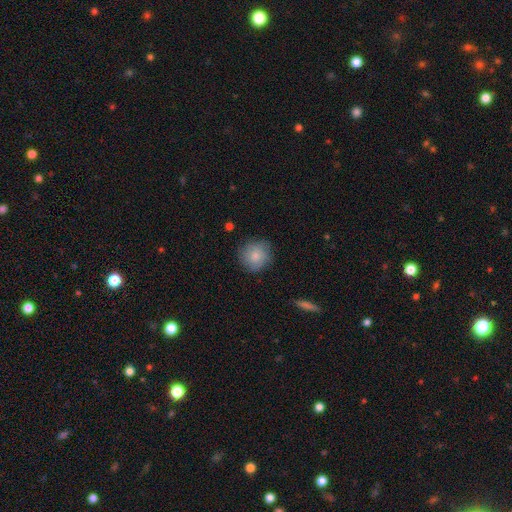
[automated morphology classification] Smooth or featured? Predicted: smooth (p=0.78). How rounded? Predicted: round (p=0.92). Merging? Predicted: none (p=0.81).